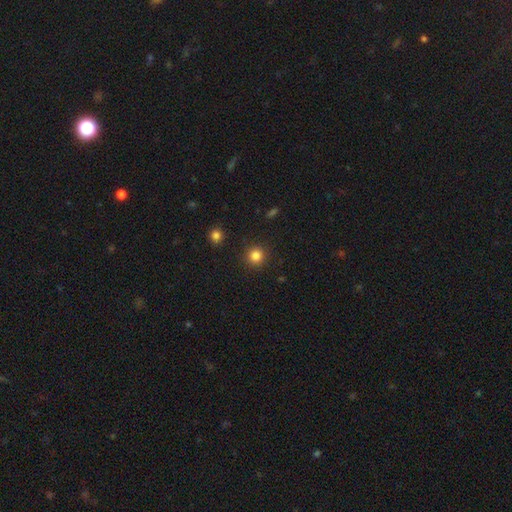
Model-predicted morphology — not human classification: smooth_or_featured: smooth (p=0.84) [alt: star or artifact p=0.12]
how_rounded: round (p=0.93) [alt: in between p=0.06]
merging: none (p=0.91) [alt: minor disturbance p=0.05]